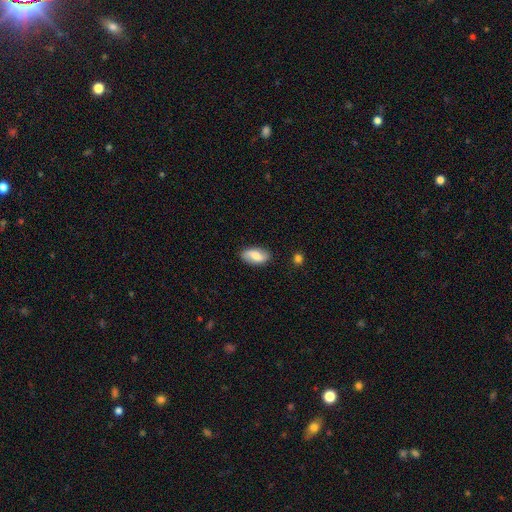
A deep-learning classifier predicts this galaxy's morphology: Smooth or featured: smooth — 57% (featured or disk — 36%)
How rounded: in between — 91% (round — 5%)
Merging: none — 82% (minor disturbance — 13%)